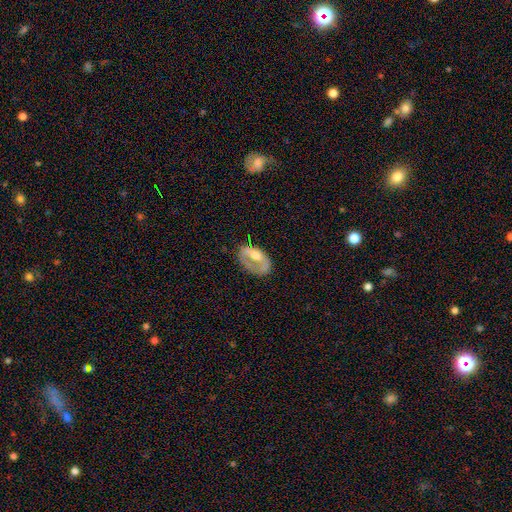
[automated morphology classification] Smooth or featured: featured or disk — 51% (smooth — 43%)
Edge-on disk: no — 94% (yes — 6%)
Merging: none — 39% (major disturbance — 31%)